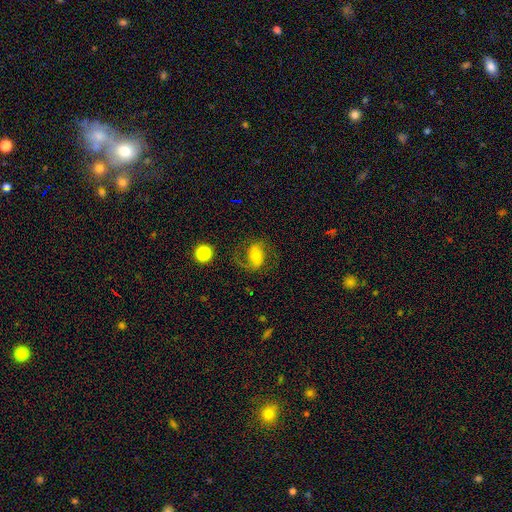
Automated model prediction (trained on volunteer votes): smooth-or-featured: featured or disk: 66% | smooth: 25% | star or artifact: 10%
  disk-edge-on: no: 97% | yes: 3%
    bar: weak: 41% | no: 30% | strong: 29%
    has-spiral-arms: yes: 91% | no: 9%
      spiral-winding: medium: 46% | loose: 42% | tight: 12%
      spiral-arm-count: 2: 84% | 1: 9% | can't tell: 4% | 3: 1% | 4: 1% | more than 4: 1%
    bulge-size: moderate: 48% | small: 32% | large: 12% | none: 5% | dominant: 3%
  merging: none: 66% | minor disturbance: 16% | major disturbance: 15% | merger: 2%